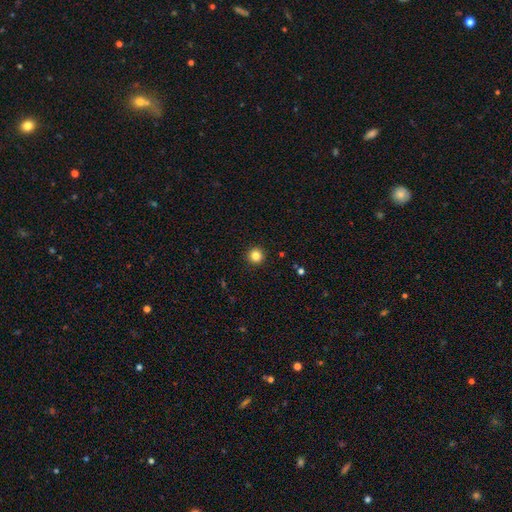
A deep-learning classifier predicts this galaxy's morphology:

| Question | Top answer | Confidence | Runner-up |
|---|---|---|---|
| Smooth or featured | smooth | 84% | star or artifact (12%) |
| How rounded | round | 96% | in between (3%) |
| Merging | none | 93% | minor disturbance (4%) |